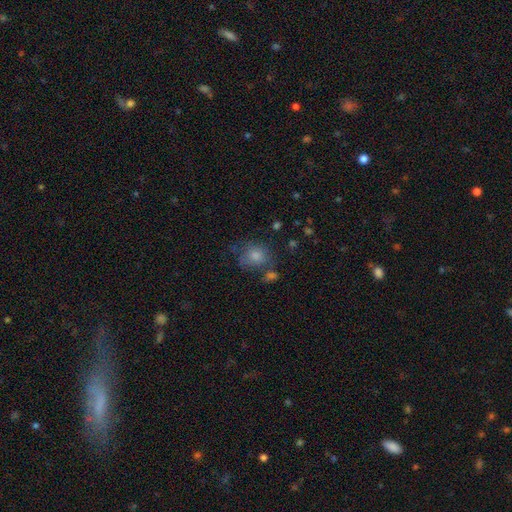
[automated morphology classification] This appears to be a smooth galaxy with no disk features (78%) that is round (64%). Merging: none (51%).